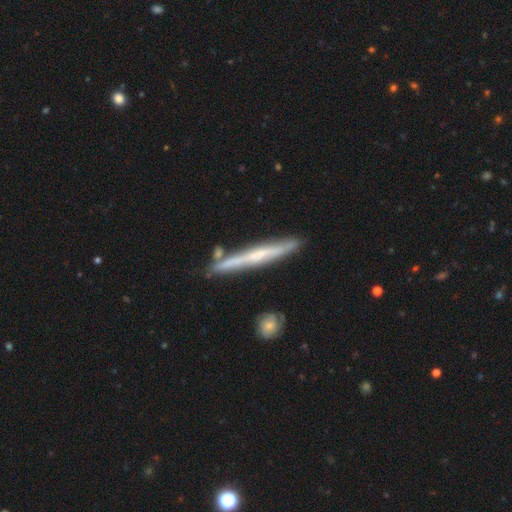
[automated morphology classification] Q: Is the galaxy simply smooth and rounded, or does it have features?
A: featured or disk — 64%.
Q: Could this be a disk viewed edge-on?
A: yes — 94%.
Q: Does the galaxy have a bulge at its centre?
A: none — 61%.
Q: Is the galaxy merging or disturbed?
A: none — 82%.